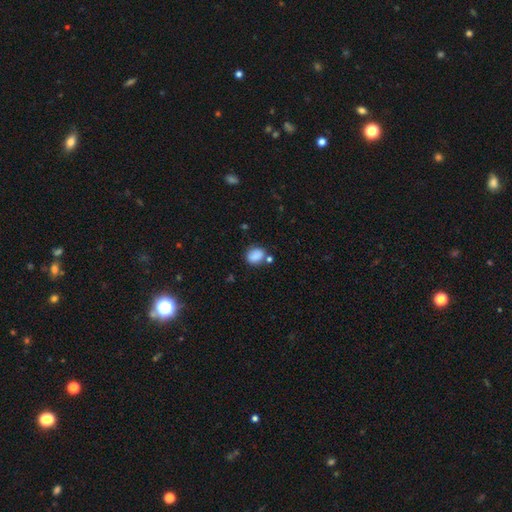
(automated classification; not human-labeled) Smooth or featured?
  - smooth: 85% *
  - star or artifact: 9%
  - featured or disk: 6%
How rounded?
  - in between: 51% *
  - round: 48%
  - cigar-shaped: 1%
Merging?
  - none: 65% *
  - minor disturbance: 18%
  - merger: 12%
  - major disturbance: 5%